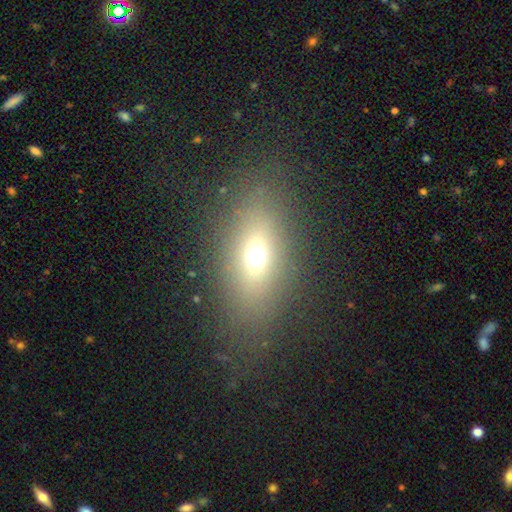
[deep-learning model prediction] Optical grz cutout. It shows a smooth galaxy with no disk features (62%) that is in between round and cigar-shaped (74%). Merging: none (78%).